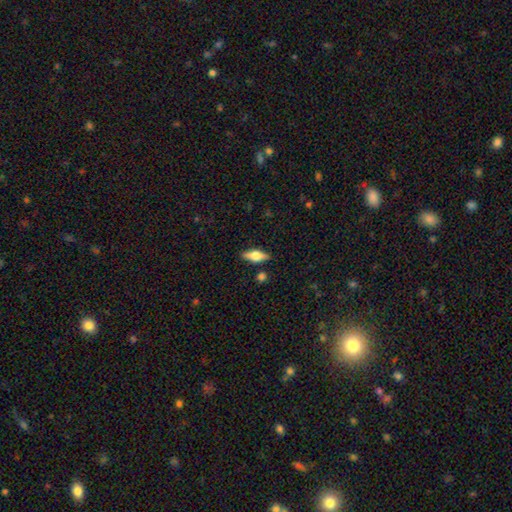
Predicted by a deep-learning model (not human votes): A featured or disk galaxy (48%). Merging: none (86%).